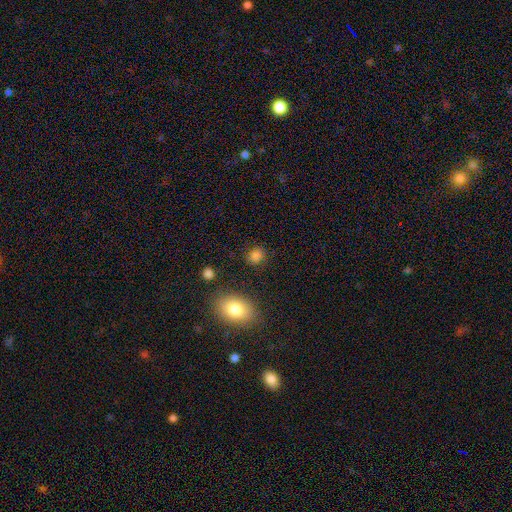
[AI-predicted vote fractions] The model was most divided on "how rounded": round: 71%, in between: 28%, cigar-shaped: 1%. More confident: merging — none (84%); smooth or featured — smooth (83%).